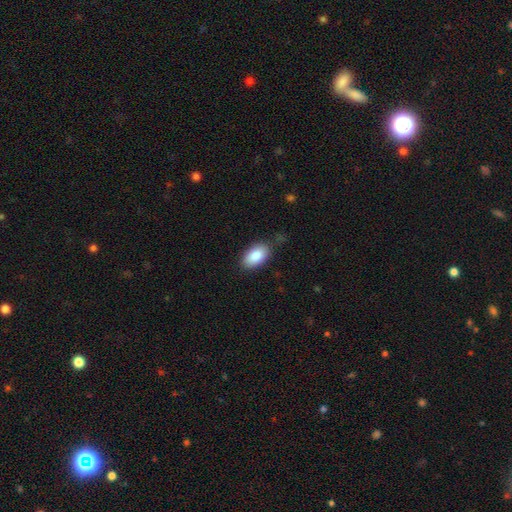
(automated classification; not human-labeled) Overall: smooth (87%). How rounded: in between (93%). Merging: none (79%).